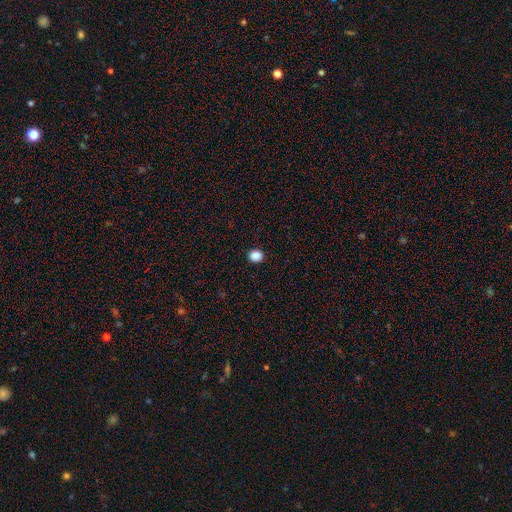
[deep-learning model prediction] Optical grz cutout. It shows a smooth galaxy with no disk features (87%) that is round (73%). Merging: none (91%).